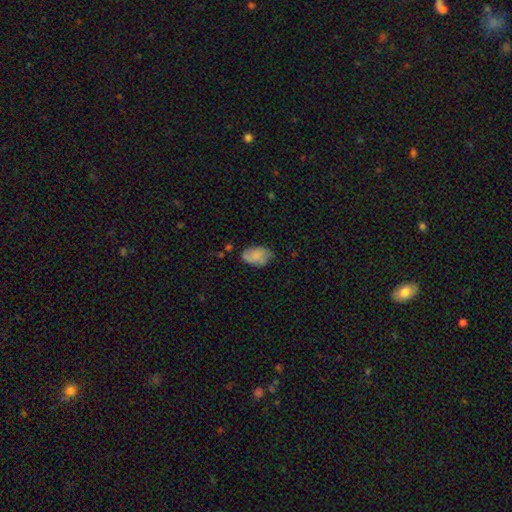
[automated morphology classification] The model was most divided on "merging": none: 61%, minor disturbance: 28%, major disturbance: 8%, merger: 2%. More confident: how rounded — in between (89%); smooth or featured — smooth (68%).